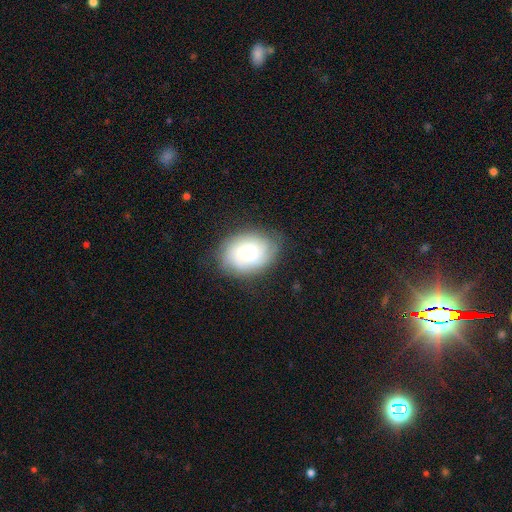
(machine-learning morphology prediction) A featured or disk galaxy (46%).

Vote fractions:
- Smooth or featured? featured or disk: 46% / smooth: 45% / star or artifact: 9%
- Merging? none: 78% / minor disturbance: 16% / major disturbance: 5% / merger: 1%